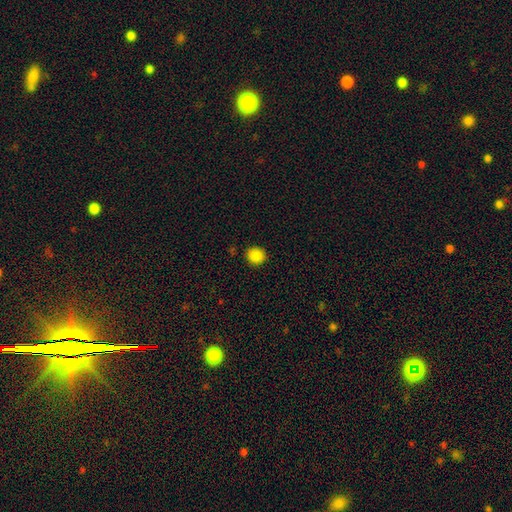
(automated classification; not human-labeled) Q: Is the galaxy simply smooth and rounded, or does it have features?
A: smooth — 86%.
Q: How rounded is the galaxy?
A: round — 89%.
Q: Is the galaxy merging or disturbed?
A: none — 90%.